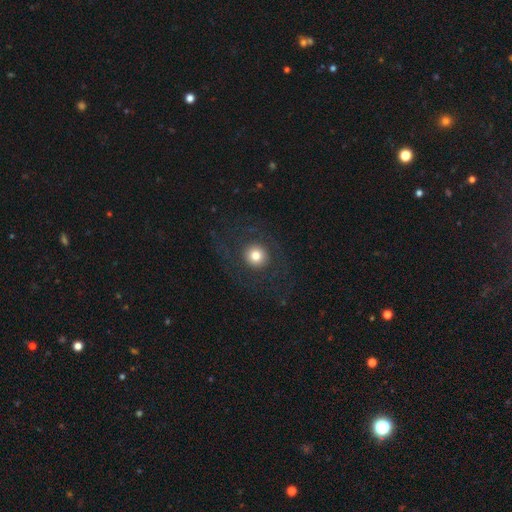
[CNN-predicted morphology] smooth-or-featured: smooth: 67% | featured or disk: 22% | star or artifact: 11%
  how-rounded: round: 90% | in between: 9% | cigar-shaped: 1%
  merging: none: 79% | major disturbance: 11% | minor disturbance: 9% | merger: 1%